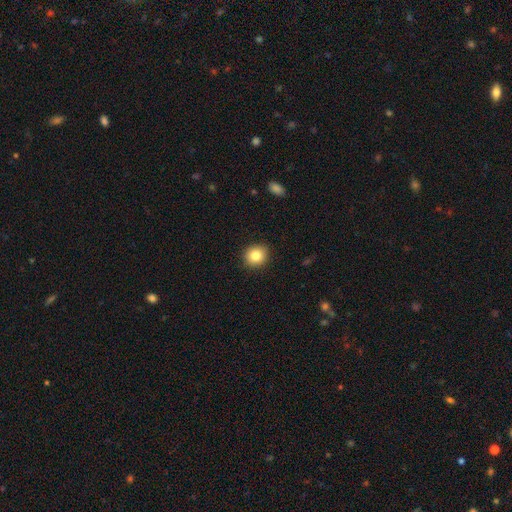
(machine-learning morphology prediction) Smooth or featured: smooth — 83% (star or artifact — 10%)
How rounded: round — 84% (in between — 15%)
Merging: none — 91% (minor disturbance — 7%)